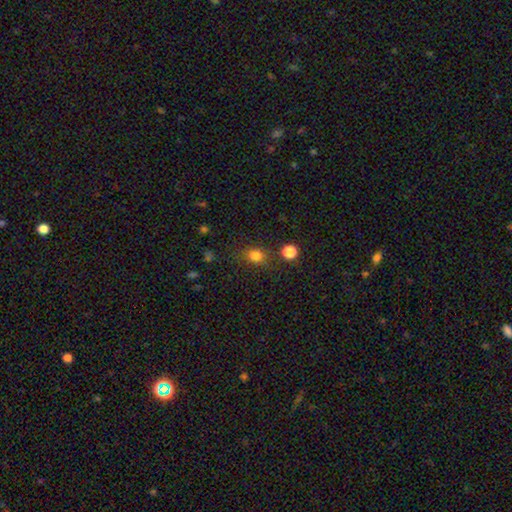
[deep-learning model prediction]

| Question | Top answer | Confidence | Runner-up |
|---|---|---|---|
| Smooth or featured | smooth | 80% | star or artifact (14%) |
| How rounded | round | 54% | in between (45%) |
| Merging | none | 74% | minor disturbance (15%) |